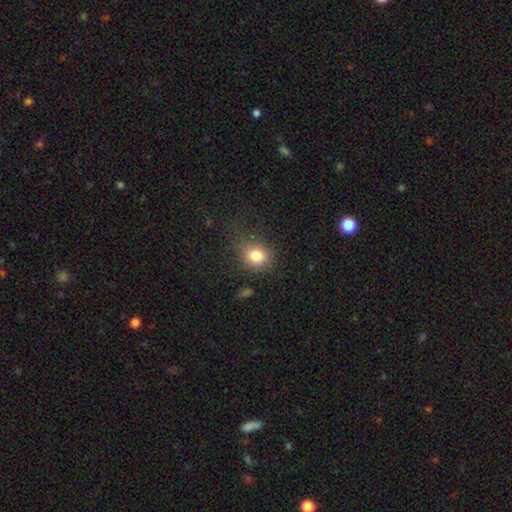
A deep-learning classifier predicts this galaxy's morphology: Smooth or featured? Predicted: smooth (p=0.81). How rounded? Predicted: round (p=0.57). Merging? Predicted: none (p=0.66).